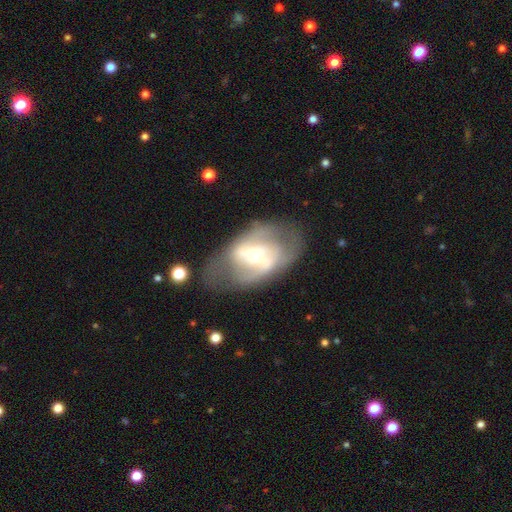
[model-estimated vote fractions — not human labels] Morphology: type=featured or disk (71%); edge-on=no (93%); bar=strong (36%, tied with weak); spiral arms=yes (58%); bulge=small (54%); merging=none (60%).